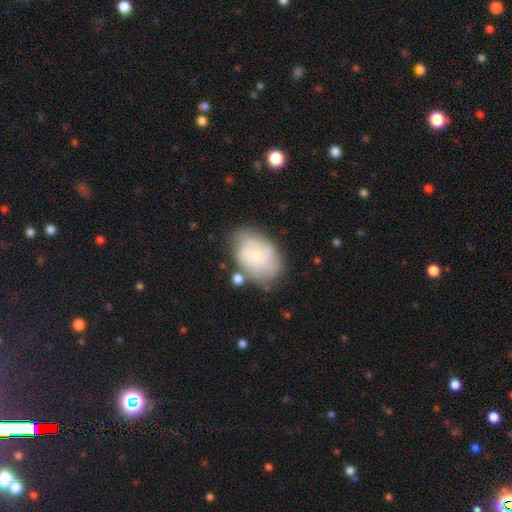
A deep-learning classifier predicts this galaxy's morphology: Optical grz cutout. It shows a smooth galaxy with no disk features (49%). Merging: none (60%).